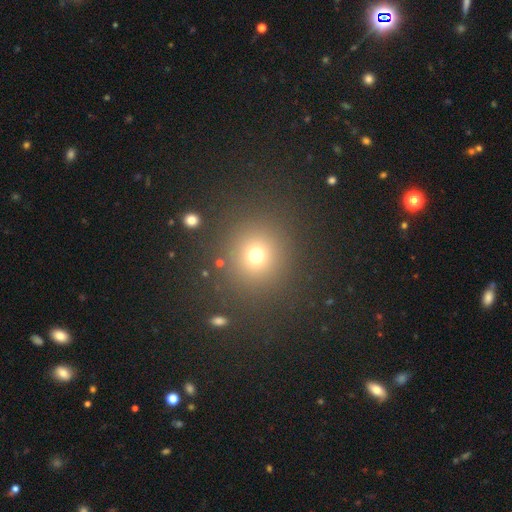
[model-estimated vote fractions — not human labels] The model was most divided on "smooth or featured": smooth: 64%, star or artifact: 29%, featured or disk: 7%. More confident: how rounded — round (91%); merging — none (90%).